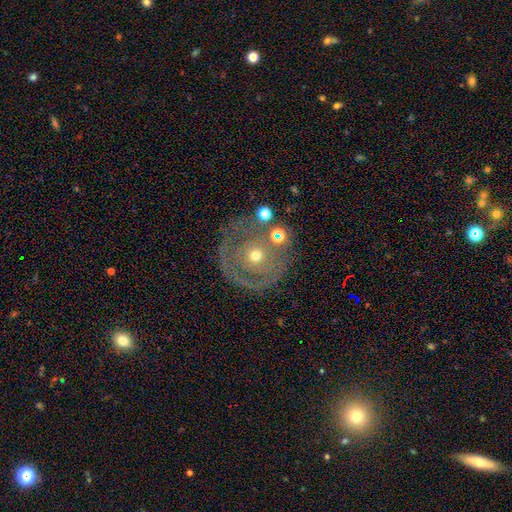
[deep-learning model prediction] Morphology: type=featured or disk (59%); edge-on=no (96%); bar=no (88%); spiral arms=no (60%); bulge=moderate (56%); merging=none (63%).